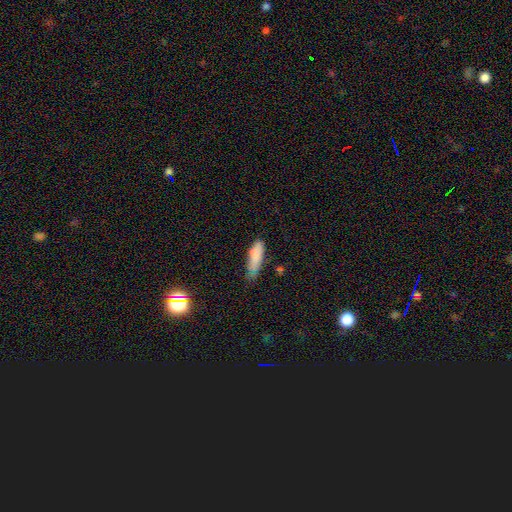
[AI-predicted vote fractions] smooth-or-featured: smooth: 83% | featured or disk: 9% | star or artifact: 8%
  how-rounded: in between: 52% | cigar-shaped: 46% | round: 2%
  merging: none: 53% | minor disturbance: 34% | major disturbance: 9% | merger: 4%